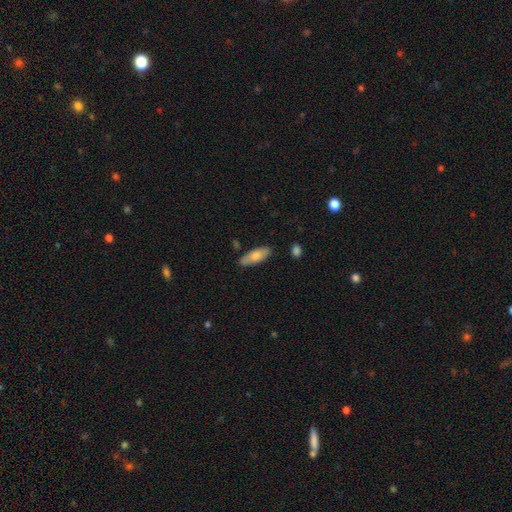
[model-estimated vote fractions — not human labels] Smooth or featured?
  - smooth: 74% *
  - featured or disk: 20%
  - star or artifact: 6%
How rounded?
  - in between: 69% *
  - cigar-shaped: 29%
  - round: 2%
Merging?
  - none: 83% *
  - minor disturbance: 13%
  - merger: 2%
  - major disturbance: 2%